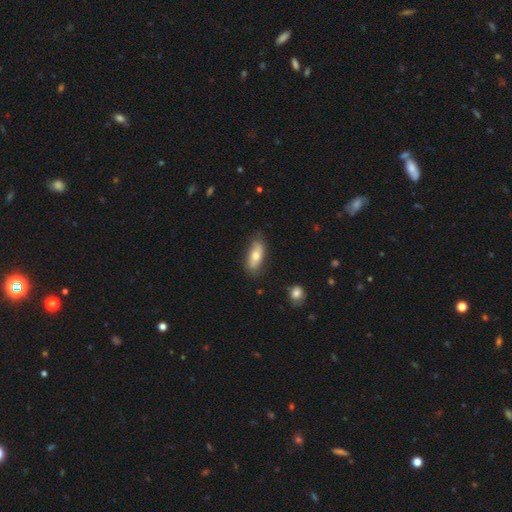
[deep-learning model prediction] smooth-or-featured: smooth: 70% | featured or disk: 24% | star or artifact: 6%
  how-rounded: in between: 79% | cigar-shaped: 19% | round: 3%
  merging: none: 79% | minor disturbance: 16% | major disturbance: 3% | merger: 2%